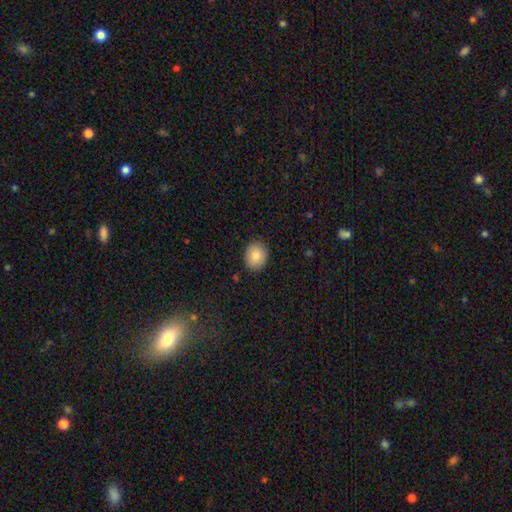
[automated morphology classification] Smooth or featured? Predicted: smooth (p=0.84). How rounded? Predicted: round (p=0.59). Merging? Predicted: none (p=0.88).